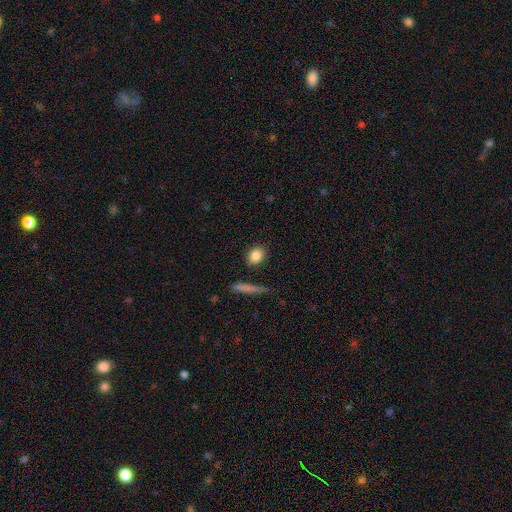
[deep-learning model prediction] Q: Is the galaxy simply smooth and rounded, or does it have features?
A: smooth — 85%.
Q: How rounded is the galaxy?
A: round — 49%.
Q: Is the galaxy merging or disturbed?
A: none — 84%.